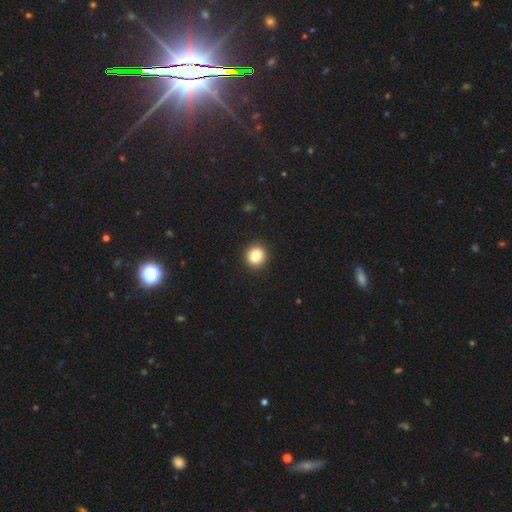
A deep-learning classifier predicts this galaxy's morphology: Smooth or featured? Predicted: smooth (p=0.86). How rounded? Predicted: round (p=0.79). Merging? Predicted: none (p=0.91).